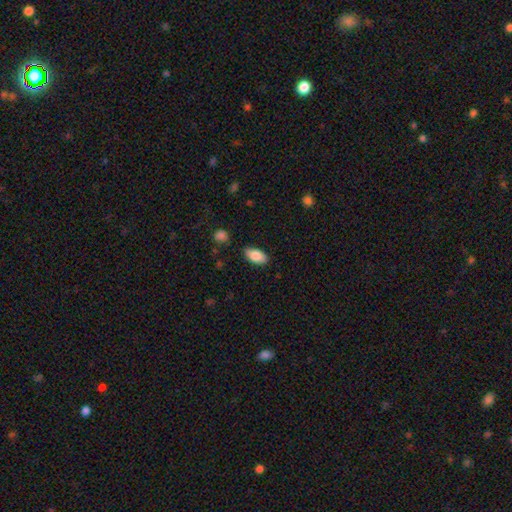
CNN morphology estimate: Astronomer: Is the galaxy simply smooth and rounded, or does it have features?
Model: smooth — 84%.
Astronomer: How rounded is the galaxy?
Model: in between — 91%.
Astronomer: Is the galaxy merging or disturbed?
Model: none — 83%.